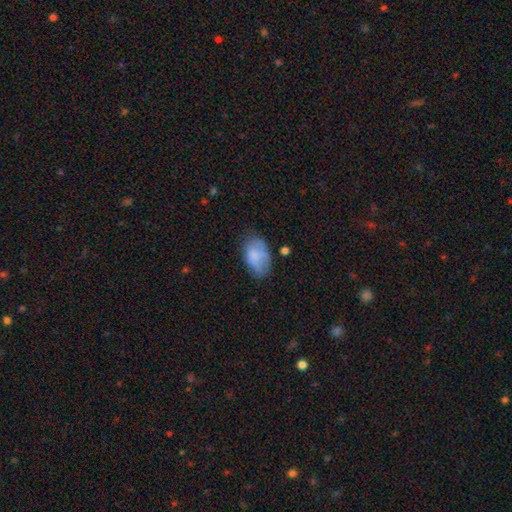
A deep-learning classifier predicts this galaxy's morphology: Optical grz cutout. It shows a smooth galaxy with no disk features (77%) that is in between round and cigar-shaped (90%). Merging: none (57%).